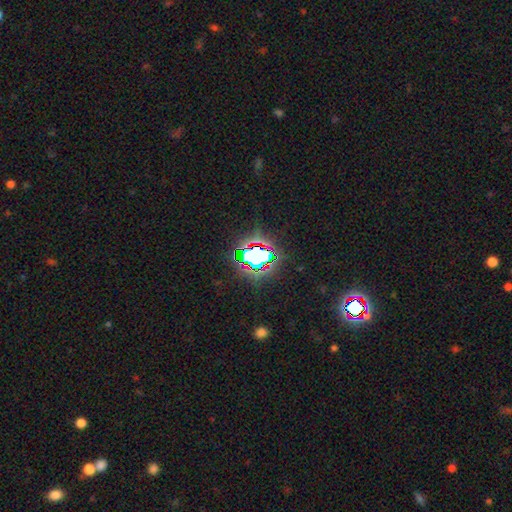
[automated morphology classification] The model was most divided on "smooth or featured": star or artifact: 70%, smooth: 17%, featured or disk: 12%.